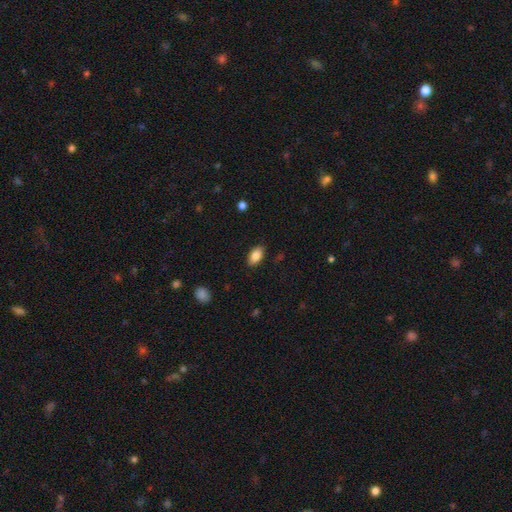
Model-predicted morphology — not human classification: Smooth or featured? smooth (85%)
How rounded? in between (92%)
Merging? none (87%)